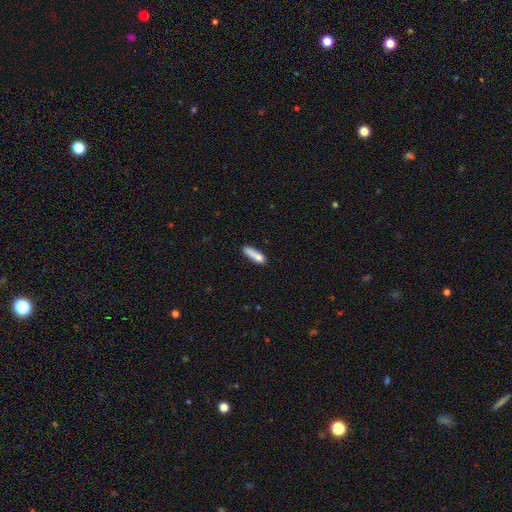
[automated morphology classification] smooth-or-featured: smooth: 79% | featured or disk: 13% | star or artifact: 7%
  how-rounded: cigar-shaped: 68% | in between: 29% | round: 2%
  merging: none: 59% | minor disturbance: 22% | merger: 12% | major disturbance: 7%